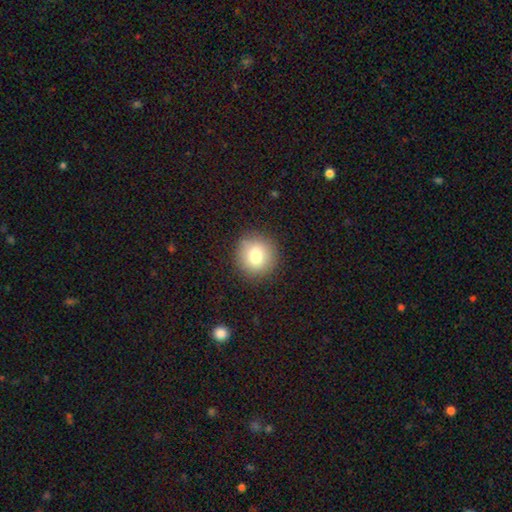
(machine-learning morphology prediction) smooth-or-featured: smooth: 80% | featured or disk: 10% | star or artifact: 10%
  how-rounded: round: 92% | in between: 7% | cigar-shaped: 1%
  merging: none: 88% | minor disturbance: 8% | major disturbance: 3% | merger: 1%